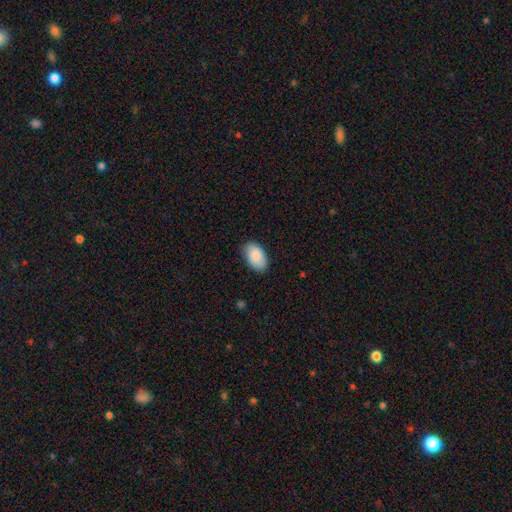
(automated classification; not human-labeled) A smooth galaxy with no disk features (89%) that is in between round and cigar-shaped (94%).

Vote fractions:
- Smooth or featured? smooth: 89% / star or artifact: 6% / featured or disk: 5%
- How rounded? in between: 94% / round: 5% / cigar-shaped: 1%
- Merging? none: 81% / minor disturbance: 15% / major disturbance: 3% / merger: 1%